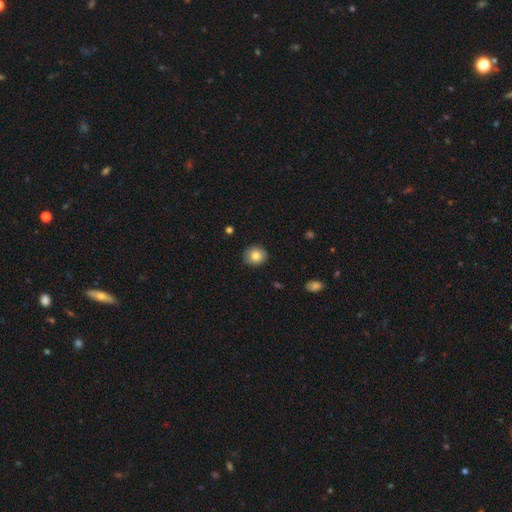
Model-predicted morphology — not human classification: type=smooth (82%); roundness=round (80%); merging=none (89%).